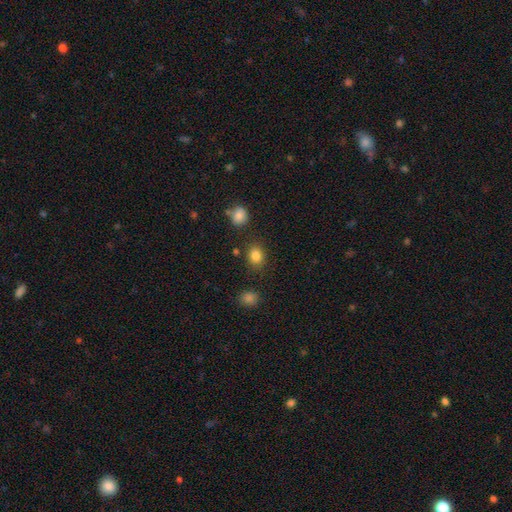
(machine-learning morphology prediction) This appears to be a smooth galaxy with no disk features (84%) that is round (57%). Merging: none (81%).